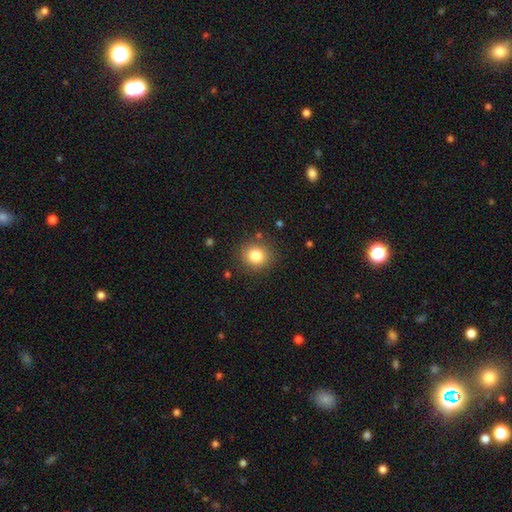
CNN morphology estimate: type=smooth (82%); roundness=round (85%); merging=none (86%).